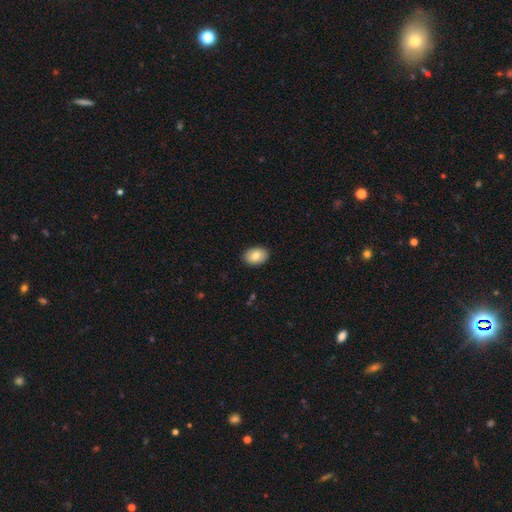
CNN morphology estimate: Overall: smooth (81%). How rounded: in between (82%). Merging: none (90%).